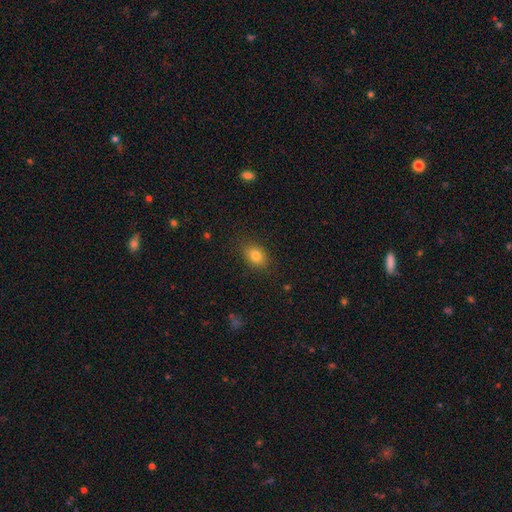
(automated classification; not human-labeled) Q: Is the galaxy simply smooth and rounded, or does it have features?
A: smooth — 81%.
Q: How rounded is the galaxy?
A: in between — 66%.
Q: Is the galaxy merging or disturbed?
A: none — 85%.